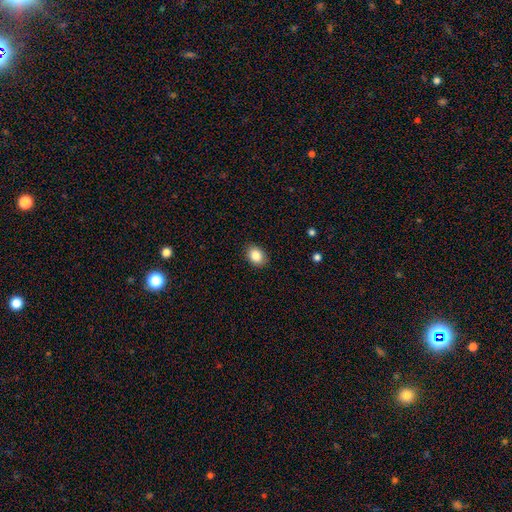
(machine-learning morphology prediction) smooth-or-featured: smooth: 85% | star or artifact: 8% | featured or disk: 6%
  how-rounded: in between: 69% | round: 30% | cigar-shaped: 1%
  merging: none: 88% | minor disturbance: 9% | major disturbance: 2% | merger: 1%